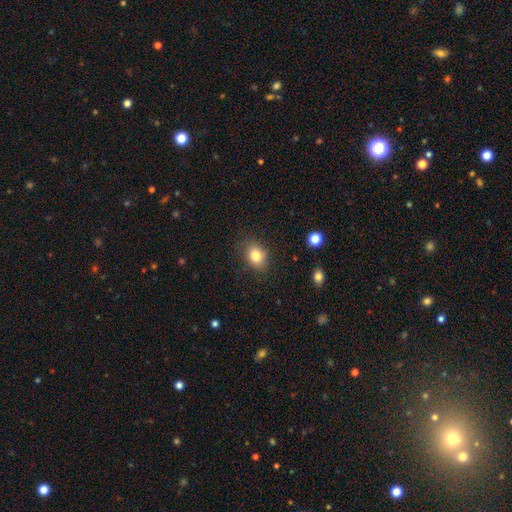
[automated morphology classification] smooth_or_featured: smooth (p=0.82) [alt: star or artifact p=0.10]
how_rounded: in between (p=0.51) [alt: round p=0.48]
merging: none (p=0.82) [alt: minor disturbance p=0.13]